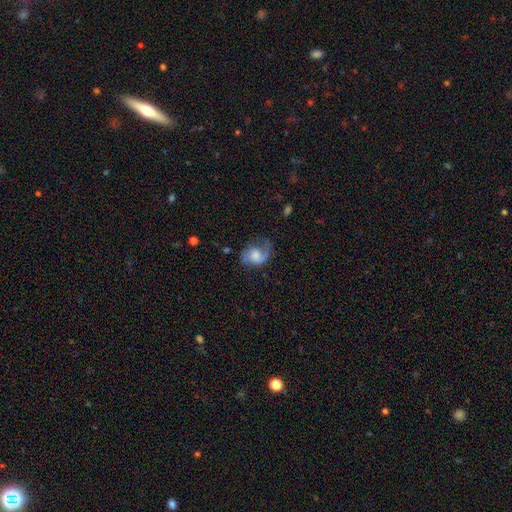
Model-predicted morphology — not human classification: featured or disk 60%, smooth 32%, star or artifact 8%. Down the decision tree: edge-on disk — no (97%); bar — no (60%); spiral arms — yes (89%); spiral arm count — 2 (54%); spiral winding — loose (43%); bulge size — moderate (36%); merging — none (49%).